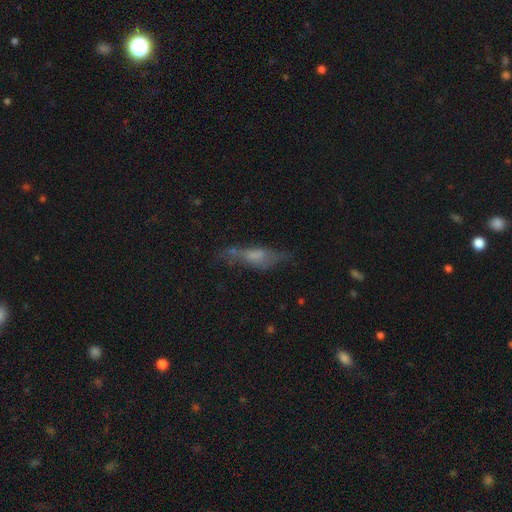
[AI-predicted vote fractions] smooth 48%, featured or disk 40%, star or artifact 12%. Down the decision tree: merging — none (45%).